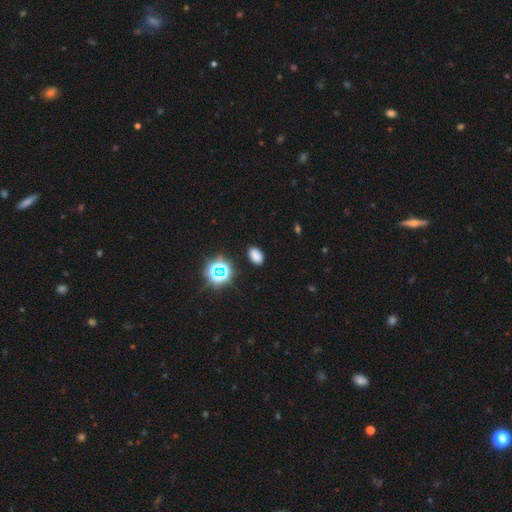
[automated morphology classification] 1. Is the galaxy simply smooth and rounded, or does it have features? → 73% smooth, 22% star or artifact, 5% featured or disk.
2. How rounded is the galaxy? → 86% in between, 13% round, 1% cigar-shaped.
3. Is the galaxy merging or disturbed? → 86% none, 9% minor disturbance, 3% major disturbance, 2% merger.